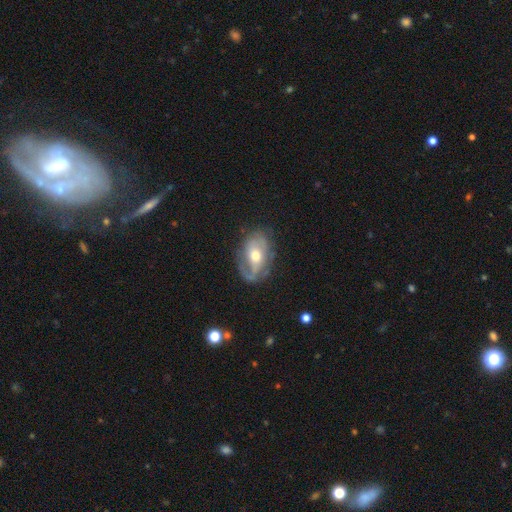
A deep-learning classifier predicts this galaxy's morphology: smooth_or_featured: featured or disk (p=0.61) [alt: smooth p=0.33]
disk_edge_on: no (p=0.93) [alt: yes p=0.07]
bar: no (p=0.53) [alt: weak p=0.32]
has_spiral_arms: yes (p=0.62) [alt: no p=0.38]
bulge_size: moderate (p=0.70) [alt: small p=0.20]
merging: none (p=0.60) [alt: minor disturbance p=0.25]